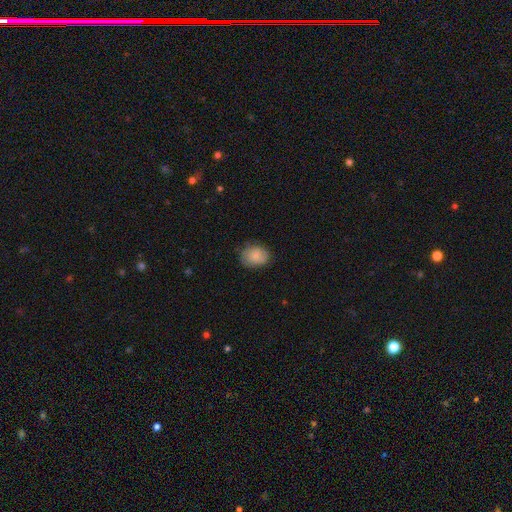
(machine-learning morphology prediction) This appears to be a smooth galaxy with no disk features (82%) that is round (50%). Merging: none (72%).